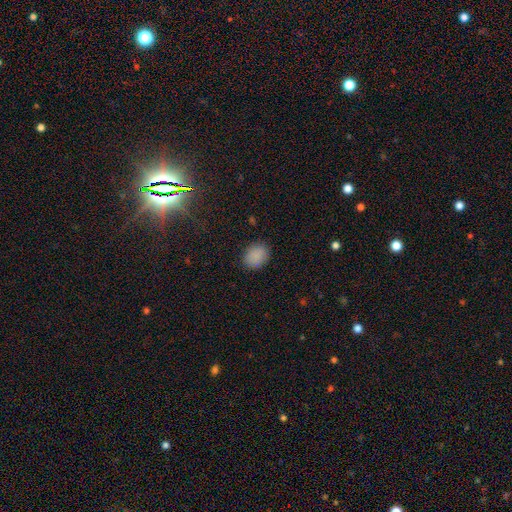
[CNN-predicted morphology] Overall: smooth (88%). How rounded: in between (51%; round 48%). Merging: none (87%).